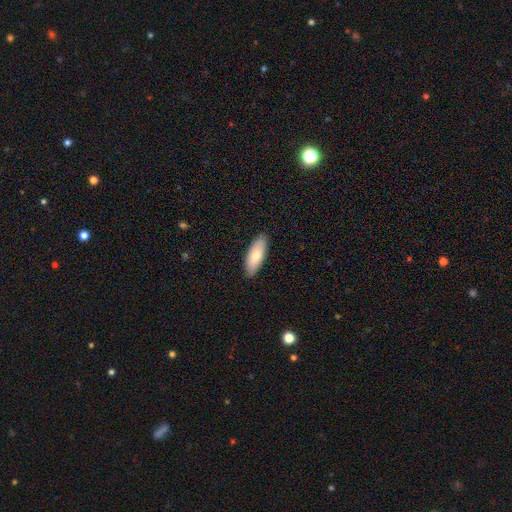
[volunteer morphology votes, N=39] Overall: smooth (79%). How rounded: in between (87%). Merging: none (78%).